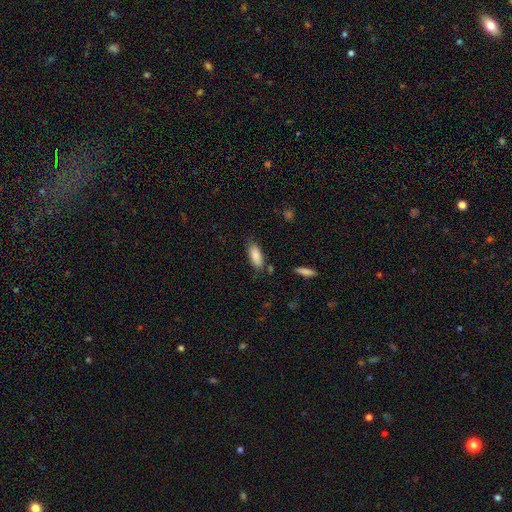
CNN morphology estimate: This appears to be a smooth galaxy with no disk features (86%) that is in between round and cigar-shaped (81%). Merging: none (76%).